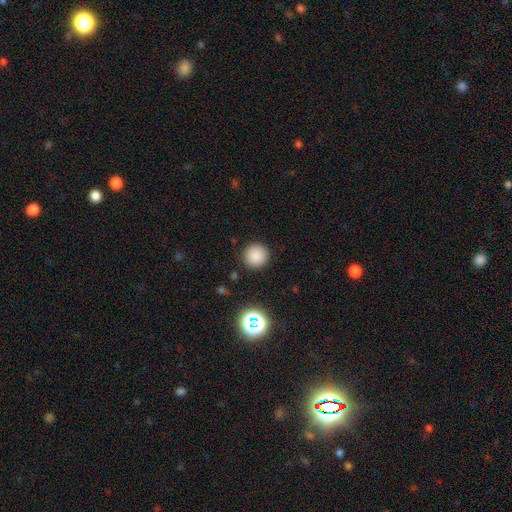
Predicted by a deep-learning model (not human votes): smooth_or_featured: smooth (p=0.84) [alt: star or artifact p=0.12]
how_rounded: round (p=0.95) [alt: in between p=0.04]
merging: none (p=0.91) [alt: minor disturbance p=0.06]